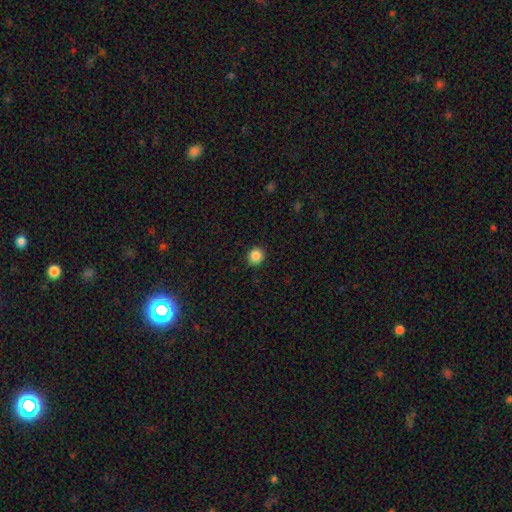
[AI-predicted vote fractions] Overall: smooth (87%). How rounded: round (89%). Merging: none (91%).